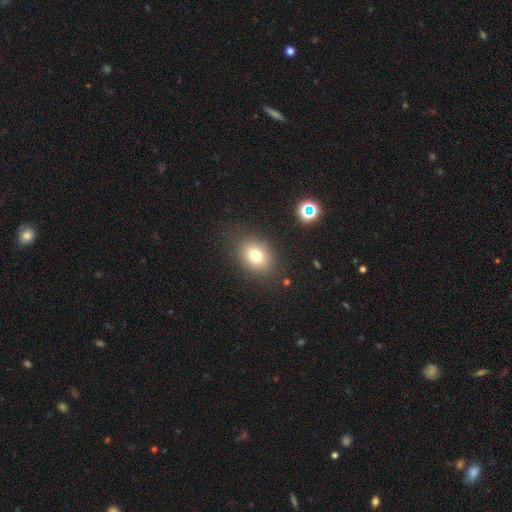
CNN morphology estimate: Smooth or featured?
  - smooth: 75% *
  - star or artifact: 13%
  - featured or disk: 12%
How rounded?
  - in between: 57% *
  - round: 42%
  - cigar-shaped: 1%
Merging?
  - none: 83% *
  - minor disturbance: 11%
  - major disturbance: 5%
  - merger: 2%